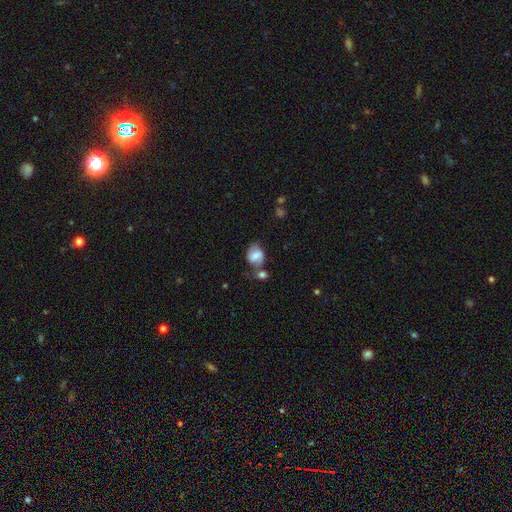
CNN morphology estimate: The model was most divided on "smooth or featured": smooth: 52%, featured or disk: 39%, star or artifact: 9%. Remaining: how rounded — in between (58%); merging — none (48%).